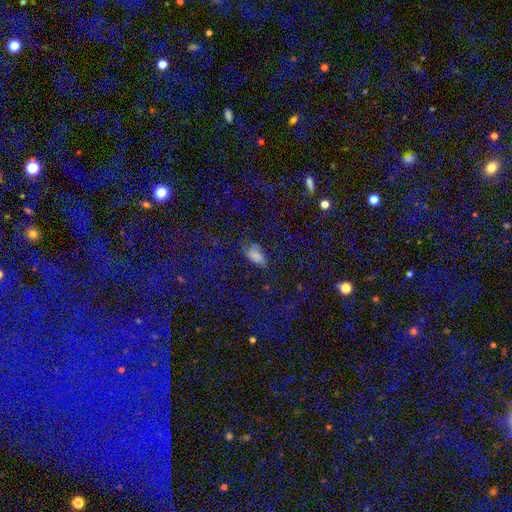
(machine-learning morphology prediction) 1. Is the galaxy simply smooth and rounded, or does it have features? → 61% smooth, 21% star or artifact, 18% featured or disk.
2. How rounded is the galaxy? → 86% in between, 8% cigar-shaped, 6% round.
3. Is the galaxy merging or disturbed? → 54% none, 25% minor disturbance, 17% major disturbance, 4% merger.